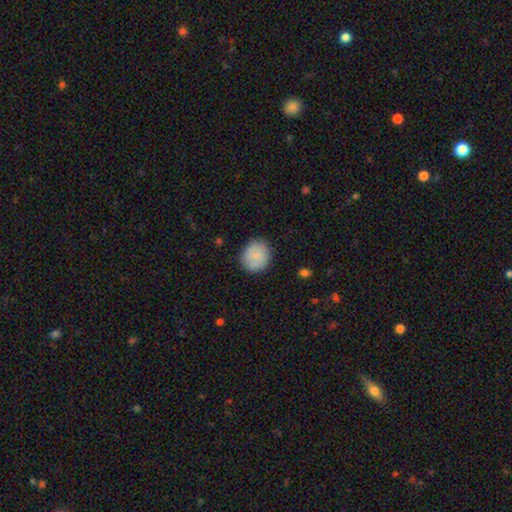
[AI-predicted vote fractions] Smooth or featured?
  - smooth: 80% *
  - featured or disk: 13%
  - star or artifact: 7%
How rounded?
  - round: 82% *
  - in between: 17%
  - cigar-shaped: 1%
Merging?
  - none: 84% *
  - minor disturbance: 12%
  - major disturbance: 3%
  - merger: 1%